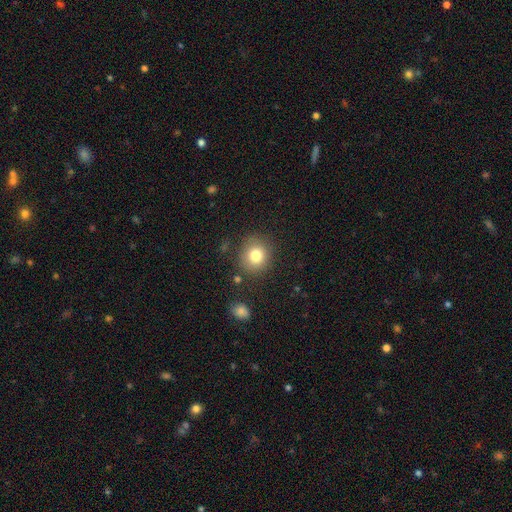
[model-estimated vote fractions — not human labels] smooth 79%, star or artifact 11%, featured or disk 10%. Down the decision tree: how rounded — round (81%); merging — none (83%).